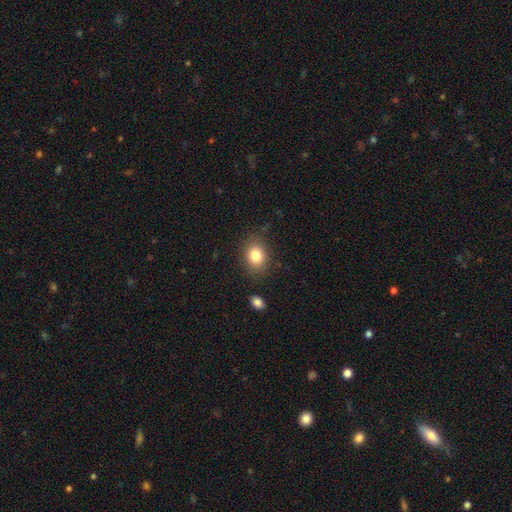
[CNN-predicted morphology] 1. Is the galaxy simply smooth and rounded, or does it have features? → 83% smooth, 10% star or artifact, 8% featured or disk.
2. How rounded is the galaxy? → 56% in between, 43% round, 1% cigar-shaped.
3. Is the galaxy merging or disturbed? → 82% none, 12% minor disturbance, 4% major disturbance, 2% merger.